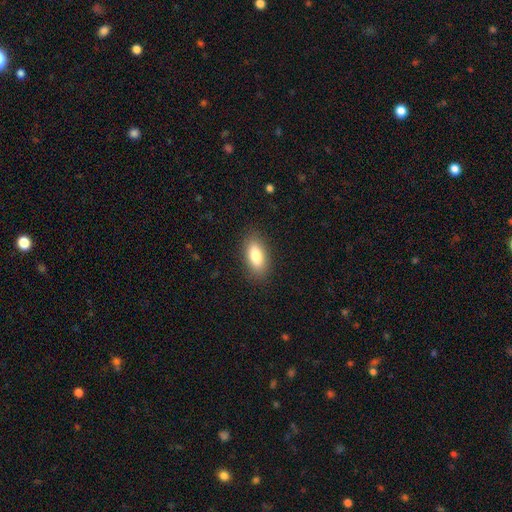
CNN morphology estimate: Smooth or featured? Predicted: smooth (p=0.82). How rounded? Predicted: in between (p=0.86). Merging? Predicted: none (p=0.87).